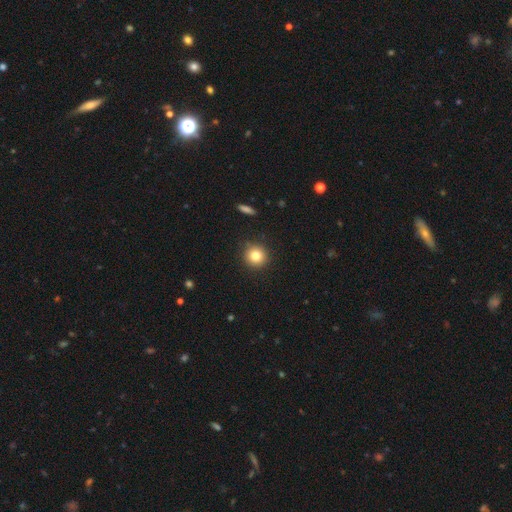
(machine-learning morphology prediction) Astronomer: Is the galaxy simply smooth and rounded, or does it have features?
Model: smooth — 81%.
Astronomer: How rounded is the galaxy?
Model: round — 94%.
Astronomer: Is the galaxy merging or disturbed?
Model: none — 90%.